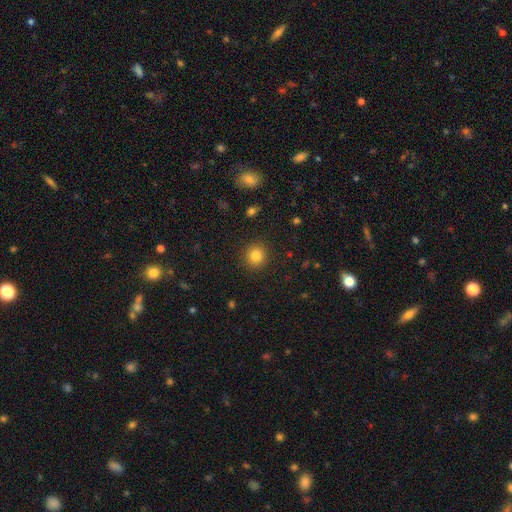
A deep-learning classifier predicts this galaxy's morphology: smooth_or_featured: smooth (p=0.83) [alt: star or artifact p=0.12]
how_rounded: round (p=0.91) [alt: in between p=0.08]
merging: none (p=0.90) [alt: minor disturbance p=0.06]